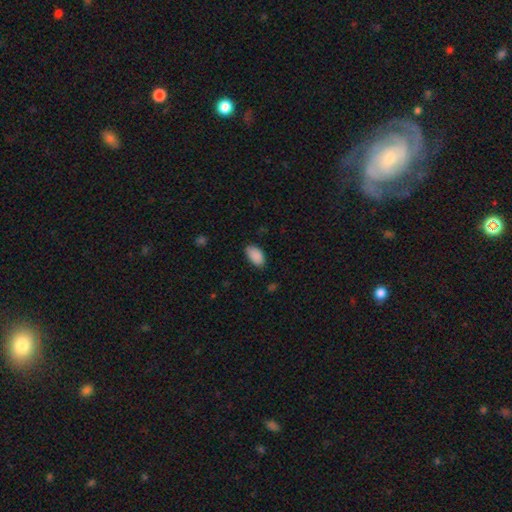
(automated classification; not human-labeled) A smooth galaxy with no disk features (90%) that is in between round and cigar-shaped (94%).

Vote fractions:
- Smooth or featured? smooth: 90% / star or artifact: 7% / featured or disk: 3%
- How rounded? in between: 94% / round: 4% / cigar-shaped: 2%
- Merging? none: 83% / minor disturbance: 13% / major disturbance: 3% / merger: 1%